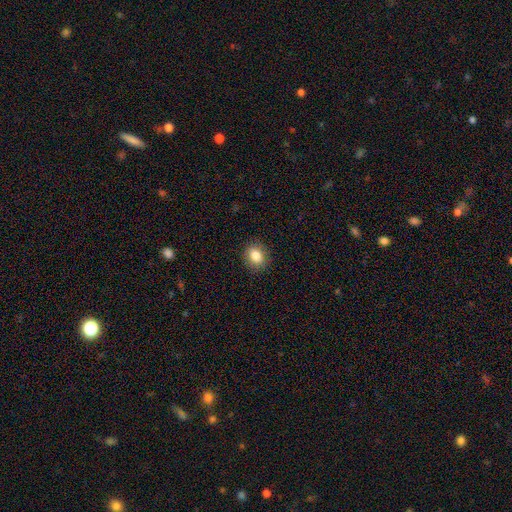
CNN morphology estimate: smooth_or_featured: smooth (p=0.84) [alt: star or artifact p=0.09]
how_rounded: round (p=0.61) [alt: in between p=0.38]
merging: none (p=0.88) [alt: minor disturbance p=0.09]